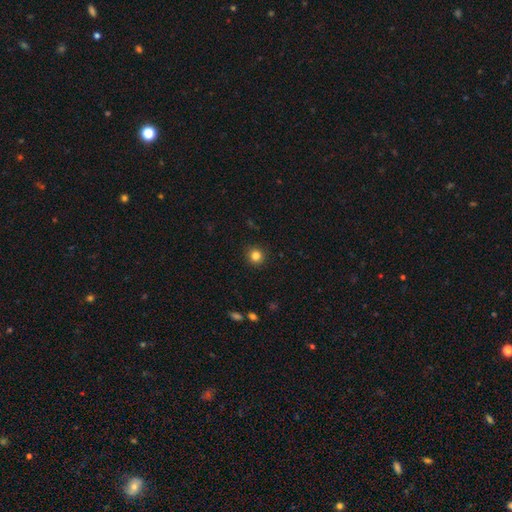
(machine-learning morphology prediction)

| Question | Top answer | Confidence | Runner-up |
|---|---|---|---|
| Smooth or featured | smooth | 83% | star or artifact (12%) |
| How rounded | round | 92% | in between (7%) |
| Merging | none | 92% | minor disturbance (5%) |